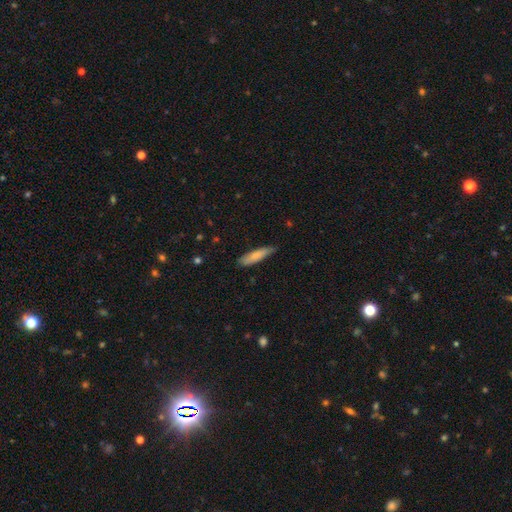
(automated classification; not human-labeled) The model was most divided on "how rounded": cigar-shaped: 76%, in between: 23%, round: 1%. More confident: smooth or featured — smooth (78%); merging — none (75%).